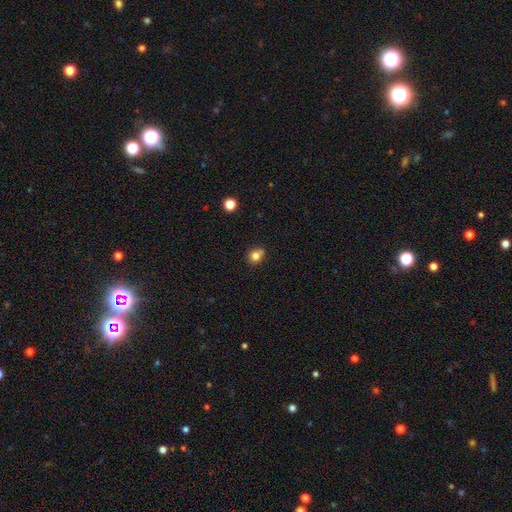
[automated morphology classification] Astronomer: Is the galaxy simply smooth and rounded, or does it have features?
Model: smooth — 80%.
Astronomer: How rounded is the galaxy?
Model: round — 75%.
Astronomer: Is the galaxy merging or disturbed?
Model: none — 63%.